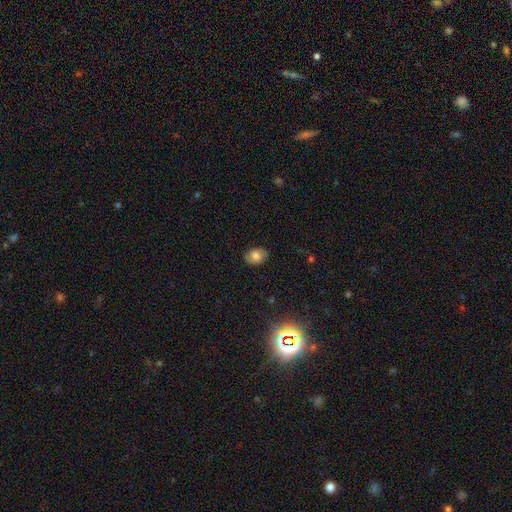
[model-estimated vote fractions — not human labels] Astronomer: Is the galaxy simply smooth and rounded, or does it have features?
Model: smooth — 71%.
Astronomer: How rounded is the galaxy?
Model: in between — 72%.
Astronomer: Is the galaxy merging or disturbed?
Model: none — 84%.